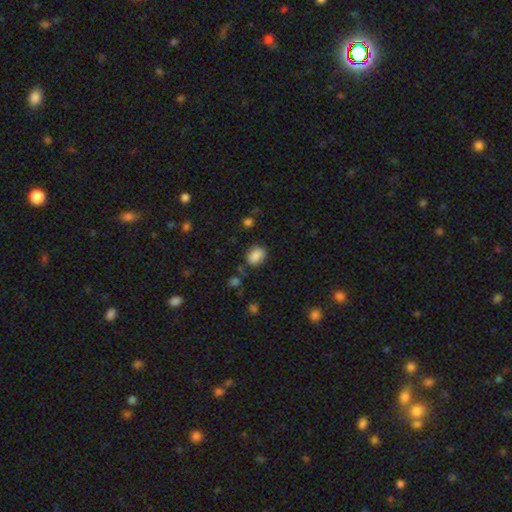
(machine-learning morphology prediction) smooth 87%, star or artifact 9%, featured or disk 4%. Down the decision tree: how rounded — in between (72%); merging — none (78%).